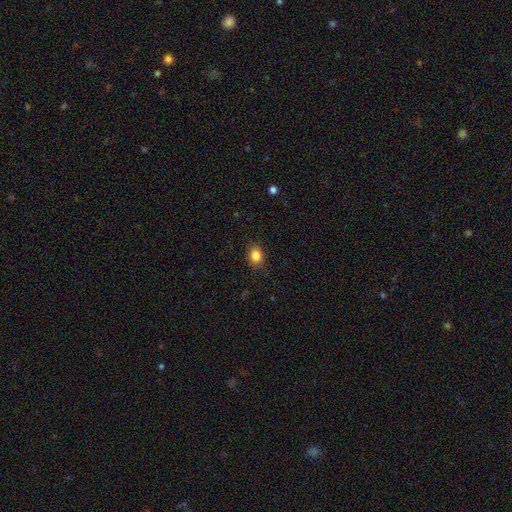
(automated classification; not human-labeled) Overall: smooth (85%). How rounded: round (50%; in between 49%). Merging: none (85%).